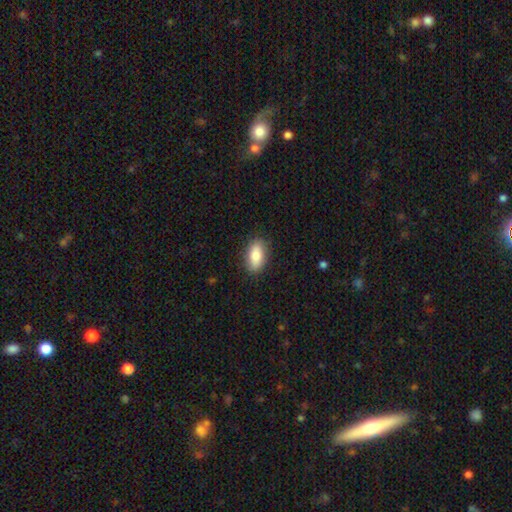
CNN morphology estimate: This is clearly a smooth galaxy (83%). How rounded: clearly in between (89%). Merging: clearly none (85%).